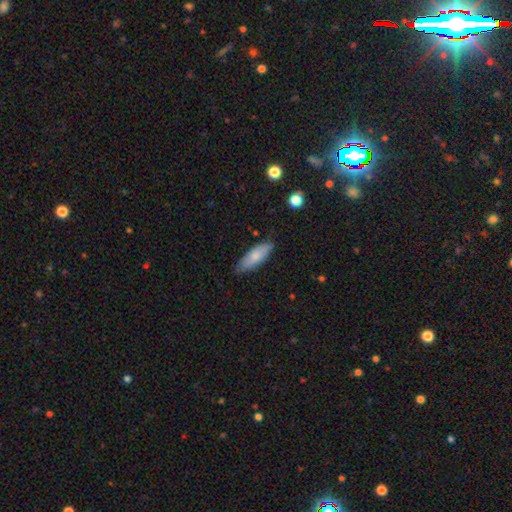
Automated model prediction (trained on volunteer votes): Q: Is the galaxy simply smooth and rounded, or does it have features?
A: smooth — 78%.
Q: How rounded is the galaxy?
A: in between — 59%.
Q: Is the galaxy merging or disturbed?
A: none — 81%.